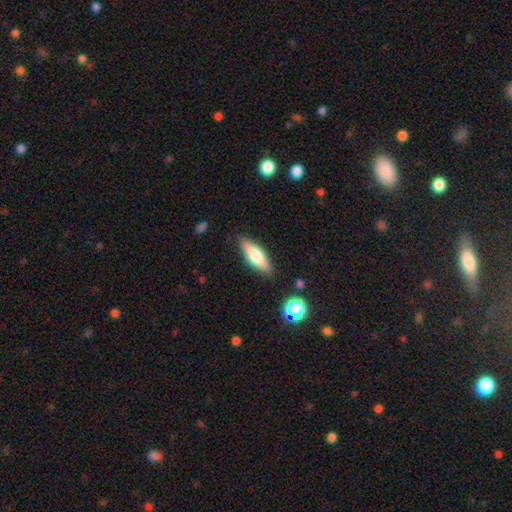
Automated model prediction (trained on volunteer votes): This appears to be a smooth galaxy with no disk features (64%) that is in between round and cigar-shaped (55%). Merging: none (84%).